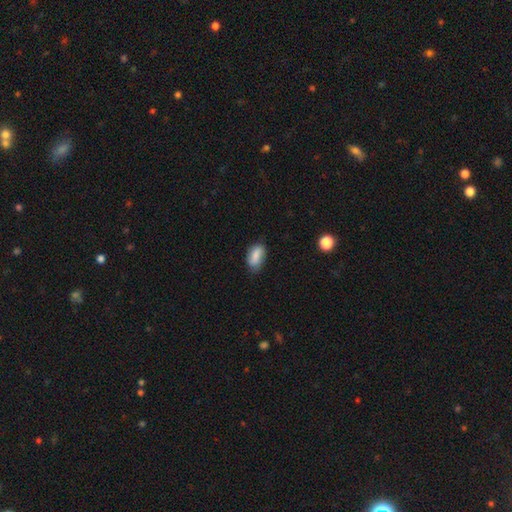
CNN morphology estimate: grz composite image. It shows a smooth galaxy with no disk features (81%) that is in between round and cigar-shaped (91%). Merging: none (69%).